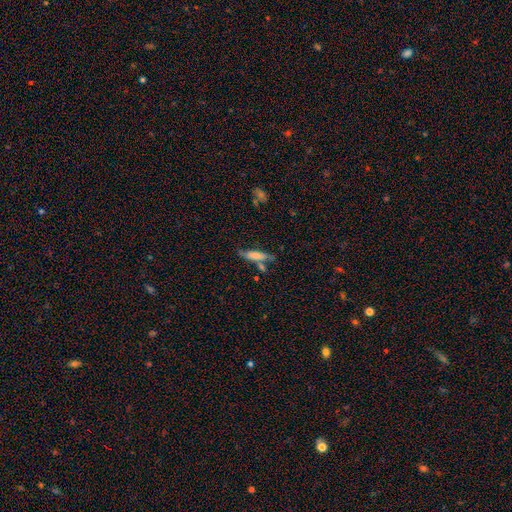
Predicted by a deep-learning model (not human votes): Smooth or featured: smooth — 63% (featured or disk — 30%)
How rounded: cigar-shaped — 77% (in between — 22%)
Merging: none — 59% (minor disturbance — 20%)